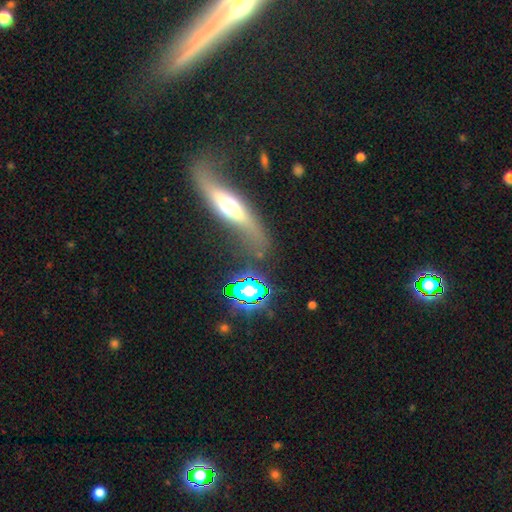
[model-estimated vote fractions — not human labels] smooth_or_featured: featured or disk (p=0.77) [alt: smooth p=0.13]
disk_edge_on: yes (p=0.54) [alt: no p=0.46]
merging: none (p=0.60) [alt: minor disturbance p=0.19]